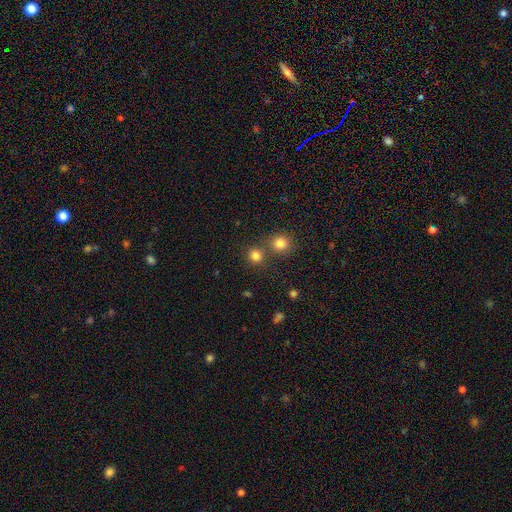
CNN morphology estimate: Smooth or featured?
  - smooth: 80% *
  - star or artifact: 15%
  - featured or disk: 5%
How rounded?
  - round: 88% *
  - in between: 11%
  - cigar-shaped: 1%
Merging?
  - none: 67% *
  - merger: 23%
  - minor disturbance: 7%
  - major disturbance: 3%